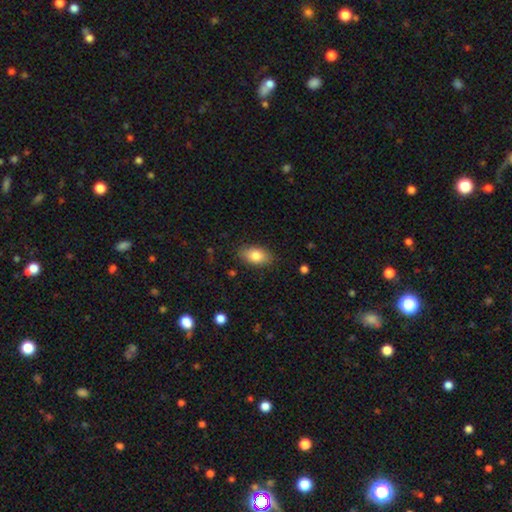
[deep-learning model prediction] smooth-or-featured: smooth: 83% | featured or disk: 10% | star or artifact: 7%
  how-rounded: in between: 91% | round: 6% | cigar-shaped: 3%
  merging: none: 84% | minor disturbance: 12% | major disturbance: 3% | merger: 1%